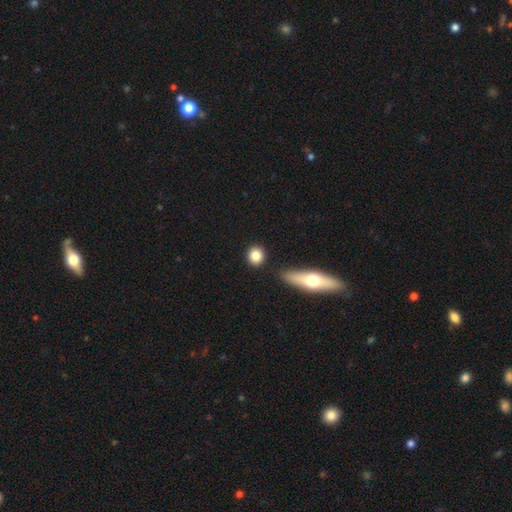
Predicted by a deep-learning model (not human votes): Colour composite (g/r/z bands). It shows a smooth galaxy with no disk features (84%) that is round (81%). Merging: none (86%).